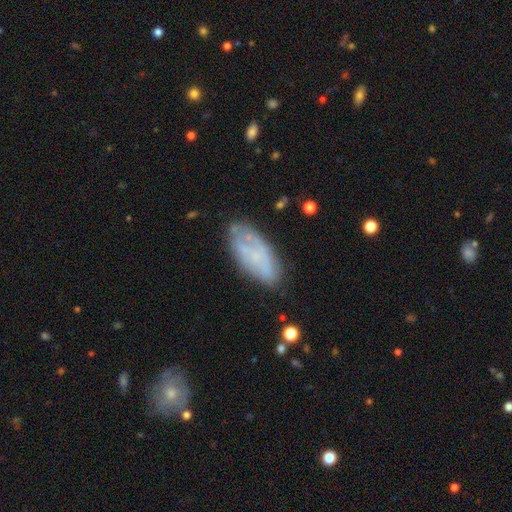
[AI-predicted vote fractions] Smooth or featured: smooth — 48% (featured or disk — 44%)
Merging: none — 69% (minor disturbance — 21%)